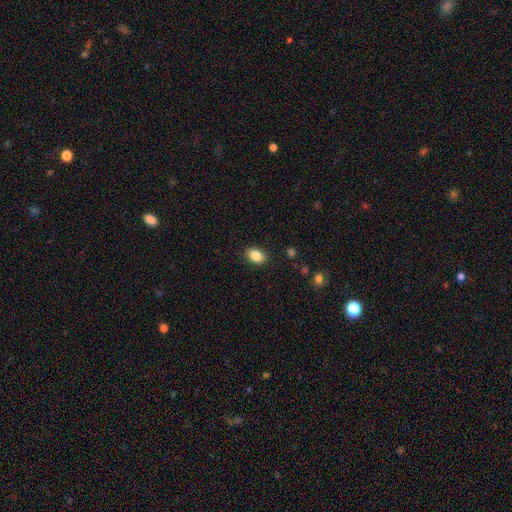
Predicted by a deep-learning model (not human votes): The model was most divided on "how rounded": in between: 83%, round: 16%, cigar-shaped: 1%. More confident: merging — none (87%); smooth or featured — smooth (86%).